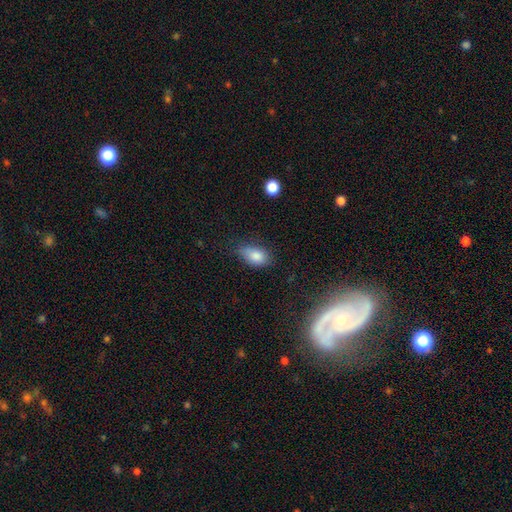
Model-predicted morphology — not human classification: Overall: smooth (83%). How rounded: in between (88%). Merging: none (62%; minor disturbance 29%).